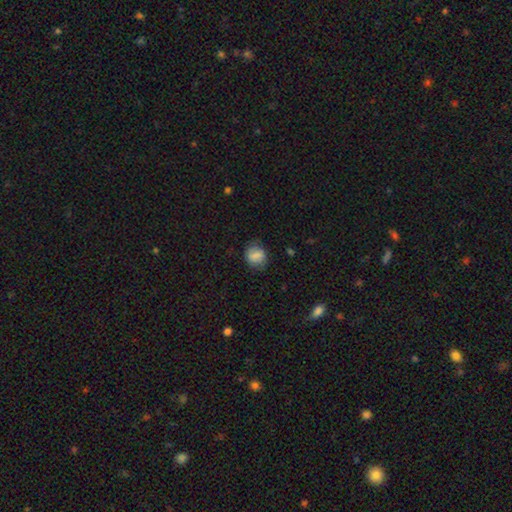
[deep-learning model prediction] smooth_or_featured: smooth (p=0.79) [alt: featured or disk p=0.12]
how_rounded: round (p=0.65) [alt: in between p=0.34]
merging: none (p=0.71) [alt: minor disturbance p=0.21]